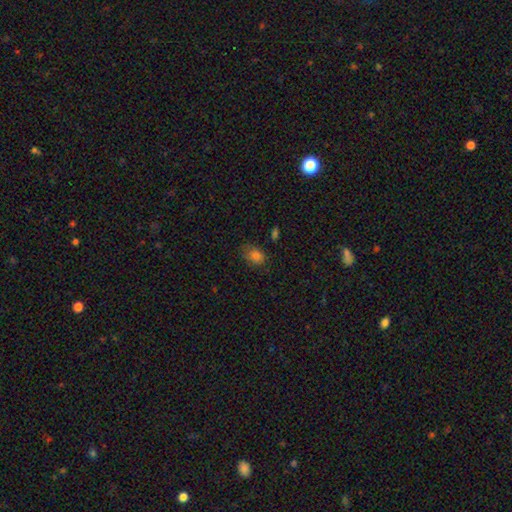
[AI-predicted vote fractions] Smooth or featured? smooth (78%)
How rounded? in between (69%)
Merging? none (68%)